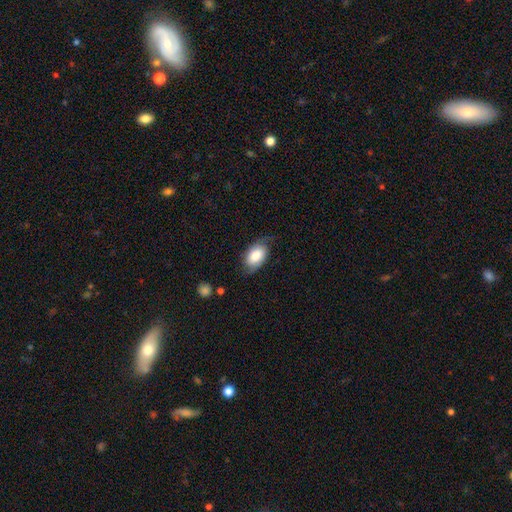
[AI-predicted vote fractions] A smooth galaxy with no disk features (65%) that is in between round and cigar-shaped (91%). Merging: none (64%).